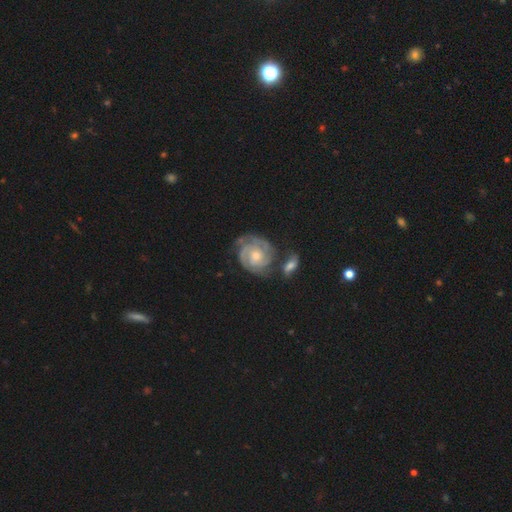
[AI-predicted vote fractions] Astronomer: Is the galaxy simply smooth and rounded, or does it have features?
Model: featured or disk — 86%.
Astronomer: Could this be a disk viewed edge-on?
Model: no — 98%.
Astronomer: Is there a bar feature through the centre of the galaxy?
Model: no — 72%.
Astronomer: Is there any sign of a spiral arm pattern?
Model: yes — 97%.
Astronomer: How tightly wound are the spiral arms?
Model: tight — 76%.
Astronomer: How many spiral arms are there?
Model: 2 — 49%.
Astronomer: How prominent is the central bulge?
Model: moderate — 52% (runner-up: small, 42%).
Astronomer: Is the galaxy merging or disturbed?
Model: none — 57%.